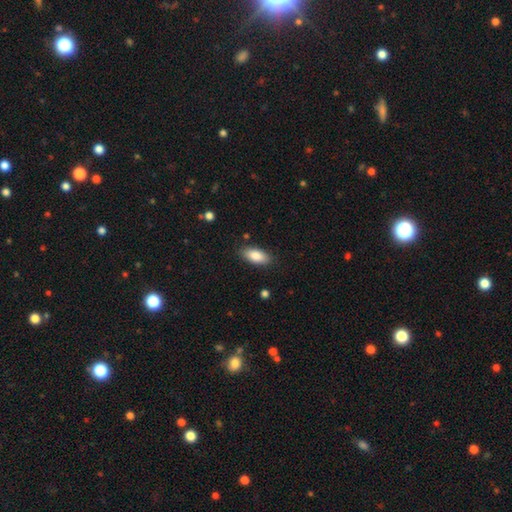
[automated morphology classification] A smooth galaxy with no disk features (84%) that is in between round and cigar-shaped (88%).

Vote fractions:
- Smooth or featured? smooth: 84% / featured or disk: 9% / star or artifact: 7%
- How rounded? in between: 88% / cigar-shaped: 10% / round: 2%
- Merging? none: 86% / minor disturbance: 11% / major disturbance: 2% / merger: 1%